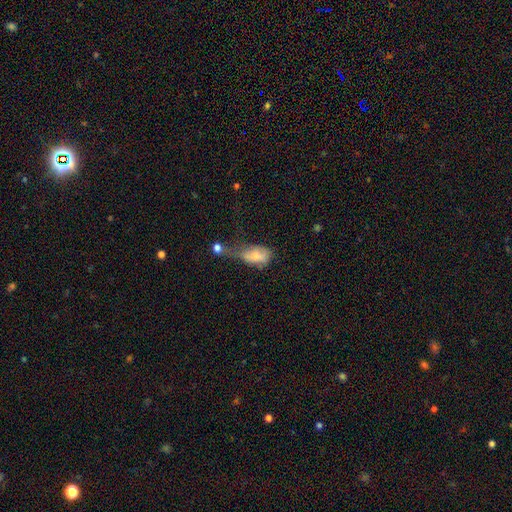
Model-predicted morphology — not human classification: smooth-or-featured: smooth: 71% | featured or disk: 20% | star or artifact: 9%
  how-rounded: in between: 86% | round: 8% | cigar-shaped: 5%
  merging: major disturbance: 36% | merger: 28% | minor disturbance: 21% | none: 14%